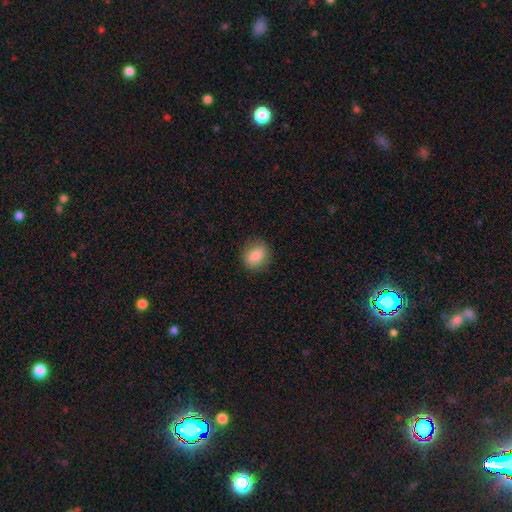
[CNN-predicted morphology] This appears to be a smooth galaxy with no disk features (84%) that is round (56%). Merging: none (85%).